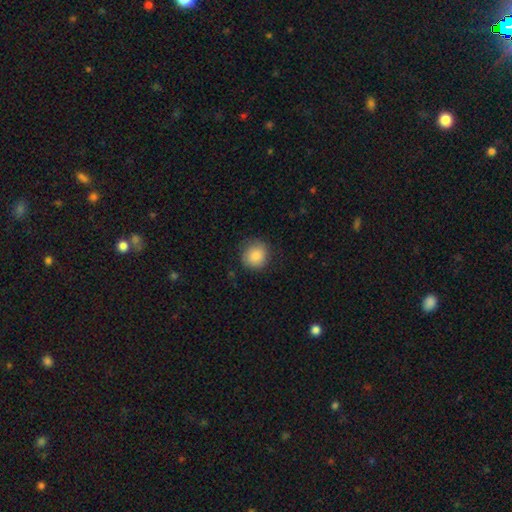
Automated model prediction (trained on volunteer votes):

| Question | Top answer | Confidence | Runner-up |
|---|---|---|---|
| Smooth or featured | smooth | 87% | star or artifact (8%) |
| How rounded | round | 91% | in between (8%) |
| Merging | none | 83% | minor disturbance (13%) |